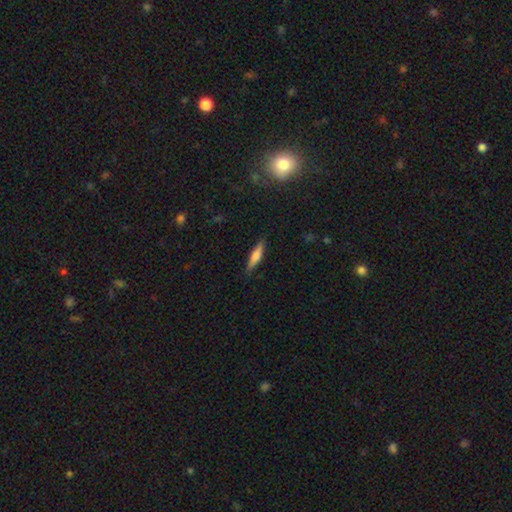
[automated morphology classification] smooth_or_featured: smooth (p=0.65) [alt: featured or disk p=0.29]
how_rounded: cigar-shaped (p=0.77) [alt: in between p=0.21]
merging: none (p=0.87) [alt: minor disturbance p=0.10]